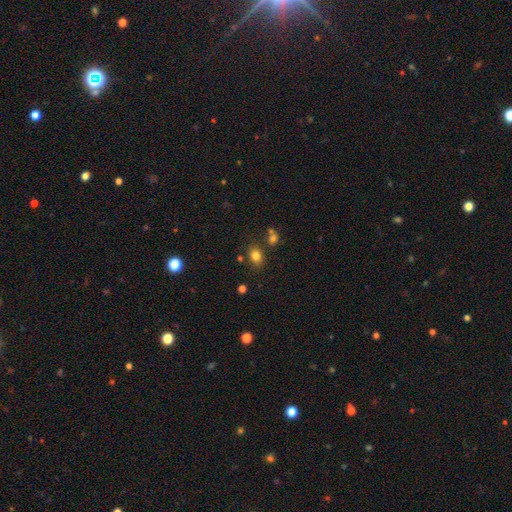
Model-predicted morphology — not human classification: Smooth or featured? Predicted: smooth (p=0.79). How rounded? Predicted: round (p=0.51). Merging? Predicted: none (p=0.77).